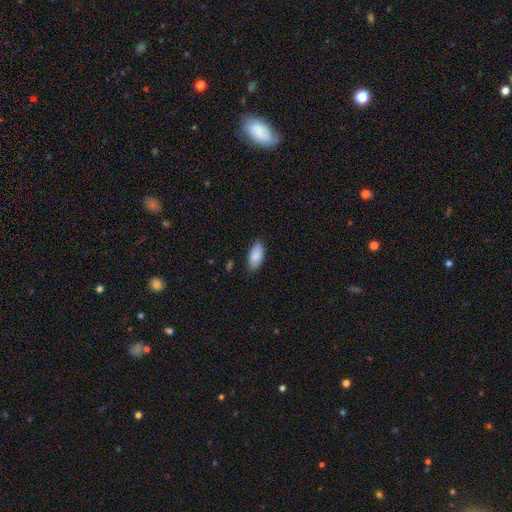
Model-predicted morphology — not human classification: A smooth galaxy with no disk features (87%) that is in between round and cigar-shaped (92%). Merging: none (83%).